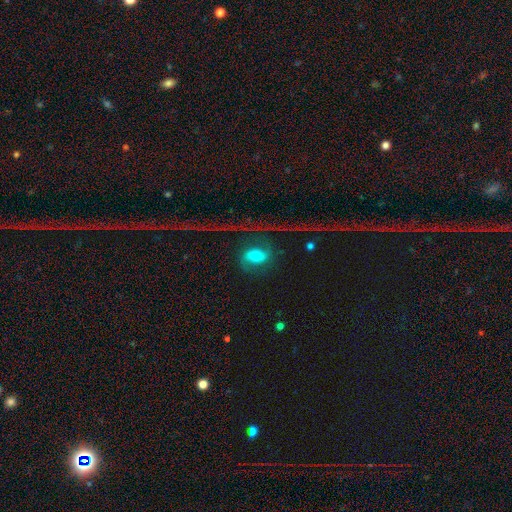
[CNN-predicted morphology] This appears to be a featured or disk galaxy (57%) with no bar (45%), spiral arms (82%) and a moderate central bulge (64%). Merging: none (55%).